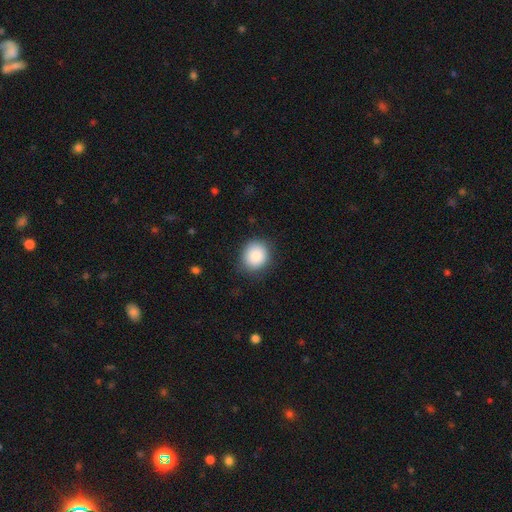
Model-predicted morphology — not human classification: smooth 88%, star or artifact 8%, featured or disk 4%. Down the decision tree: how rounded — round (77%); merging — none (82%).